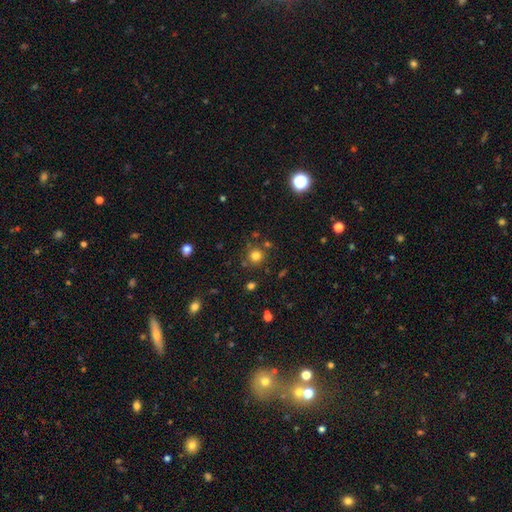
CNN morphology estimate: smooth 77%, star or artifact 16%, featured or disk 7%. Down the decision tree: how rounded — round (92%); merging — none (80%).